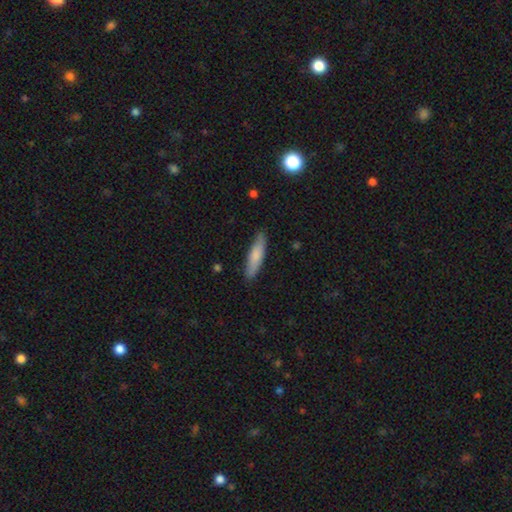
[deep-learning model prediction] Smooth or featured? Predicted: smooth (p=0.76). How rounded? Predicted: cigar-shaped (p=0.74). Merging? Predicted: none (p=0.85).